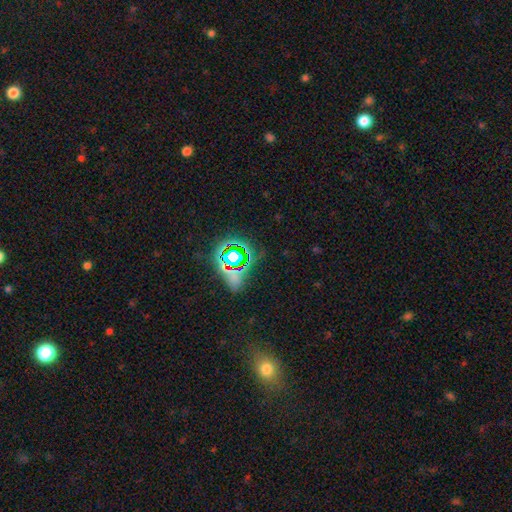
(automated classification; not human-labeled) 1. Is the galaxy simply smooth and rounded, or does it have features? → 73% star or artifact, 18% smooth, 9% featured or disk.